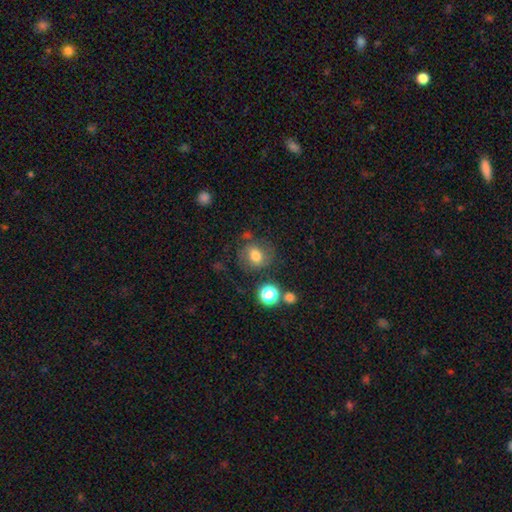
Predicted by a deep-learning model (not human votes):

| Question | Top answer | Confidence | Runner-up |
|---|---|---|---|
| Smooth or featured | smooth | 69% | featured or disk (18%) |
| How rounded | round | 67% | in between (32%) |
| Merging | none | 65% | minor disturbance (19%) |